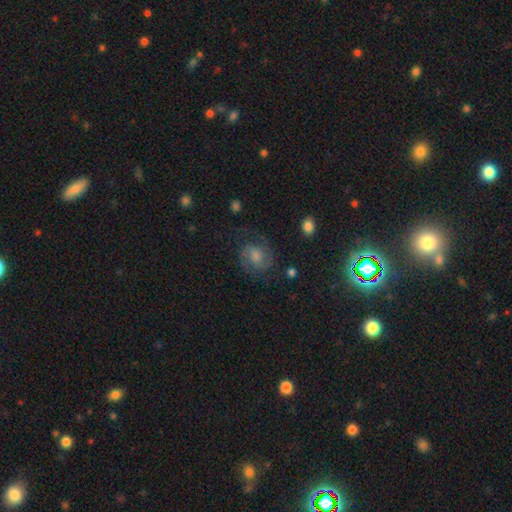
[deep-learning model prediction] Smooth or featured? featured or disk (71%)
Edge-on disk? no (98%)
Bar? no (54%)
Spiral arms? yes (95%)
Spiral winding? medium (51%)
Spiral arm count? 2 (85%)
Bulge size? moderate (44%)
Merging? none (77%)